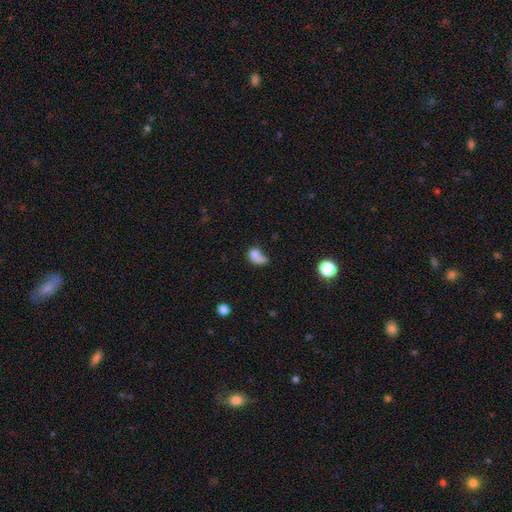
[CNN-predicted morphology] Smooth or featured: smooth — 71% (featured or disk — 17%)
How rounded: in between — 51% (round — 46%)
Merging: merger — 46% (none — 25%)